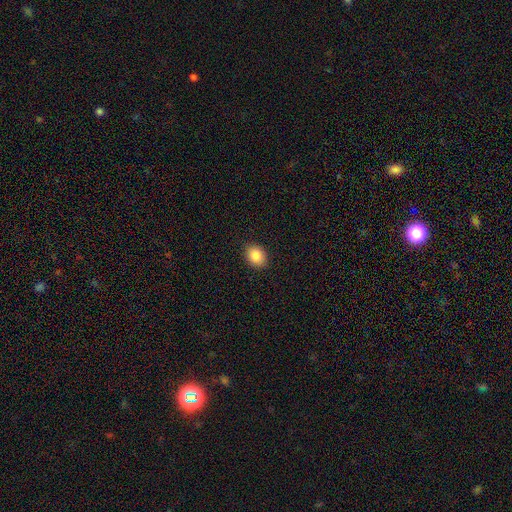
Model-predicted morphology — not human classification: Smooth or featured? smooth (85%)
How rounded? in between (56%)
Merging? none (89%)